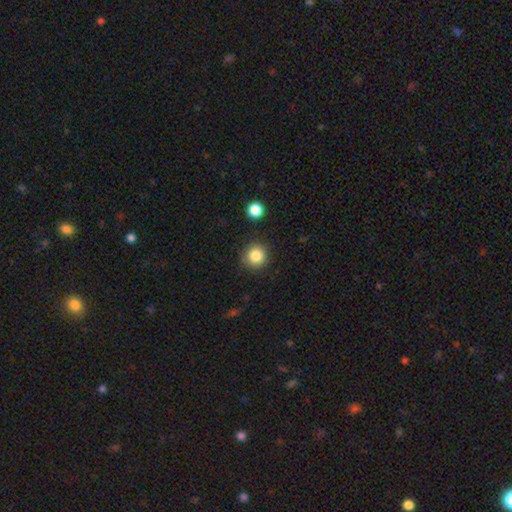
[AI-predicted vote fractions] A smooth galaxy with no disk features (84%) that is round (93%).

Vote fractions:
- Smooth or featured? smooth: 84% / star or artifact: 11% / featured or disk: 6%
- How rounded? round: 93% / in between: 6% / cigar-shaped: 1%
- Merging? none: 88% / minor disturbance: 7% / merger: 2% / major disturbance: 2%